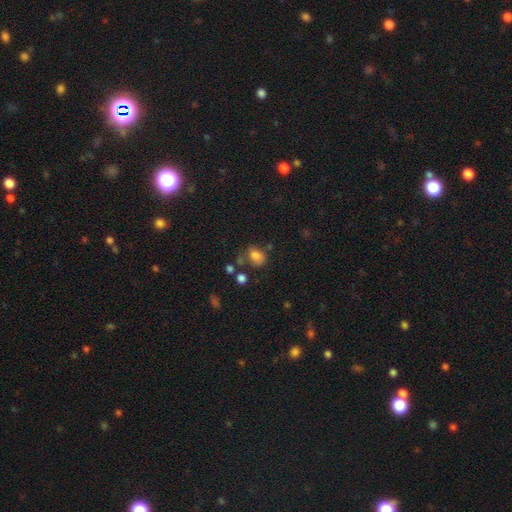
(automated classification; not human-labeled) smooth 78%, star or artifact 13%, featured or disk 9%. Down the decision tree: how rounded — in between (58%); merging — none (53%).